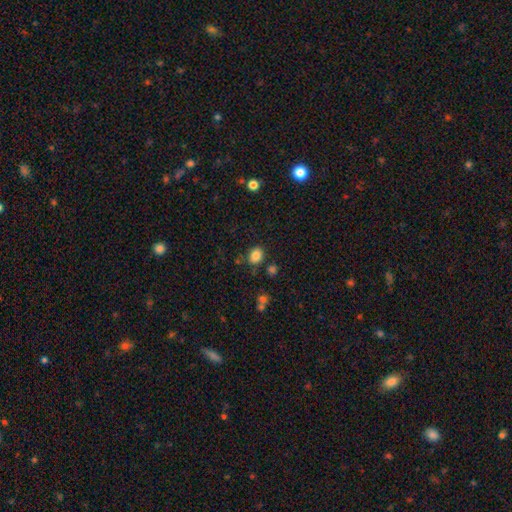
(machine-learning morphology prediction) Smooth or featured?
  - smooth: 84% *
  - star or artifact: 11%
  - featured or disk: 5%
How rounded?
  - round: 55% *
  - in between: 44%
  - cigar-shaped: 1%
Merging?
  - none: 80% *
  - minor disturbance: 11%
  - merger: 5%
  - major disturbance: 3%